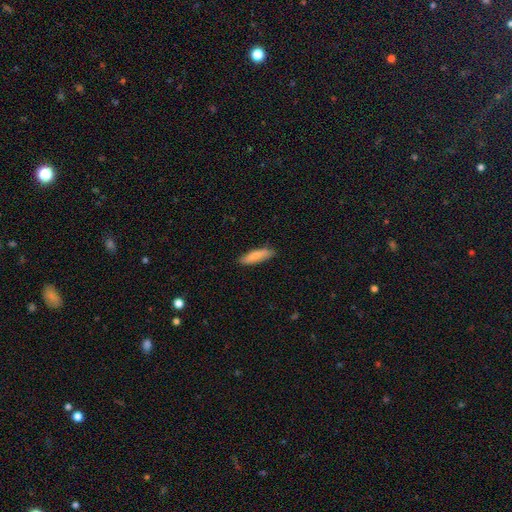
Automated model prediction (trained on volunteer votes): smooth 82%, featured or disk 12%, star or artifact 6%. Down the decision tree: how rounded — cigar-shaped (63%); merging — none (85%).